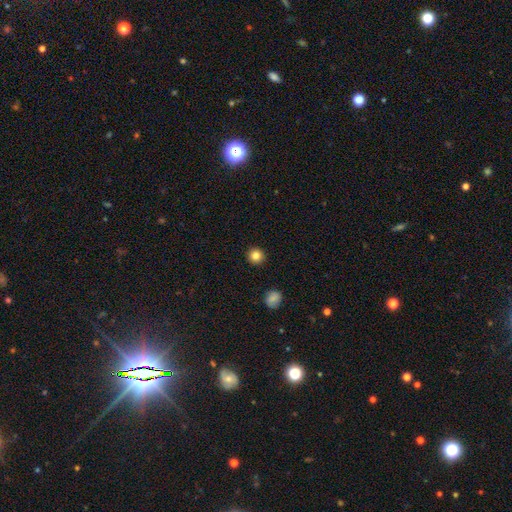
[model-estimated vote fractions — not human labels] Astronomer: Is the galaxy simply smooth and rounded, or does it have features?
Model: smooth — 84%.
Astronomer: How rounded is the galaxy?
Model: round — 95%.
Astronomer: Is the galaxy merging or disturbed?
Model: none — 93%.